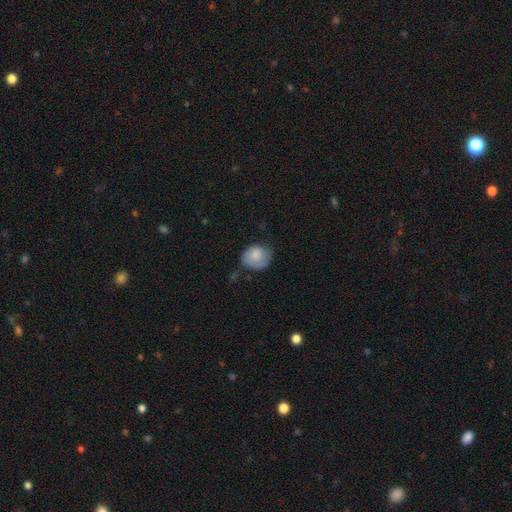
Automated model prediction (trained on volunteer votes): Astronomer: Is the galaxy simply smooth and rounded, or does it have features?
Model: smooth — 74%.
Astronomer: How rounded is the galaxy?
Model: round — 69%.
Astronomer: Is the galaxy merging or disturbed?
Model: none — 50% (runner-up: minor disturbance, 35%).